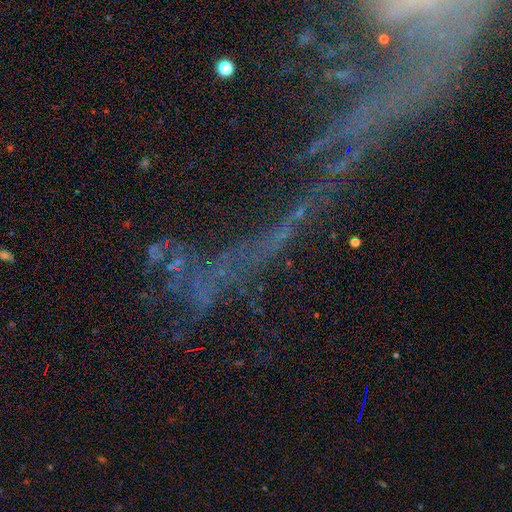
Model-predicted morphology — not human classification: Q: Smooth or featured?
A: star or artifact (63%); runner-up: featured or disk (23%)